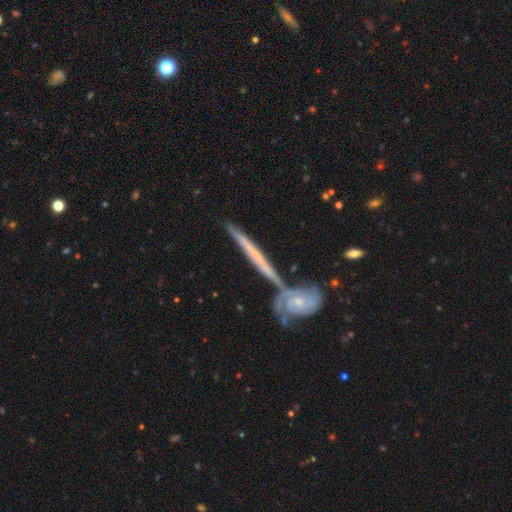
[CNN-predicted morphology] A featured or disk galaxy (67%) viewed edge-on (86%) with no central bulge (78%). Merging: none (64%).